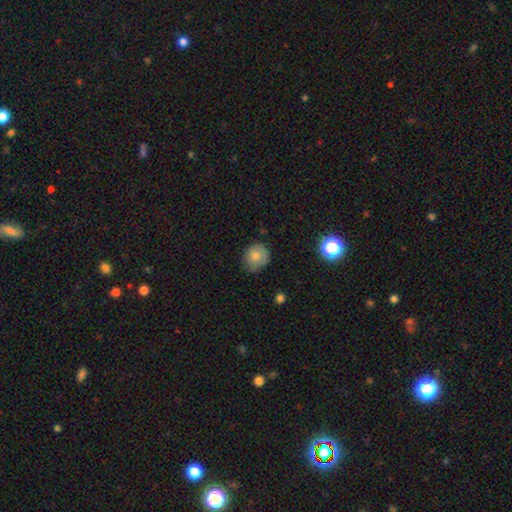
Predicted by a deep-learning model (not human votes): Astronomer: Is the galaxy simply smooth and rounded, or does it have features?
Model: smooth — 76%.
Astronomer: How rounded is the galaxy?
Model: round — 78%.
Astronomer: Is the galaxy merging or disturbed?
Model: none — 66%.